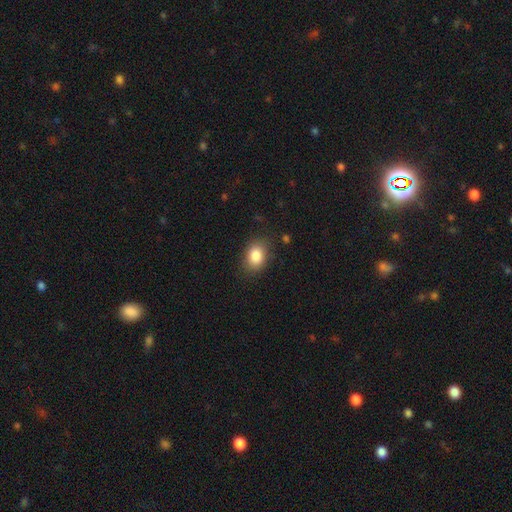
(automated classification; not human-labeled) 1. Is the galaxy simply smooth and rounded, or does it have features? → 85% smooth, 9% star or artifact, 6% featured or disk.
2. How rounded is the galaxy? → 73% in between, 26% round, 1% cigar-shaped.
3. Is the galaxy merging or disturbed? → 81% none, 14% minor disturbance, 4% major disturbance, 1% merger.